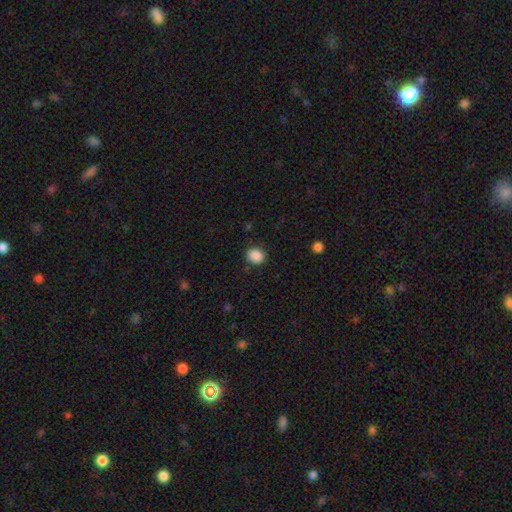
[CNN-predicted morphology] This is clearly a smooth galaxy (88%). How rounded: likely round (67%). Merging: clearly none (88%).